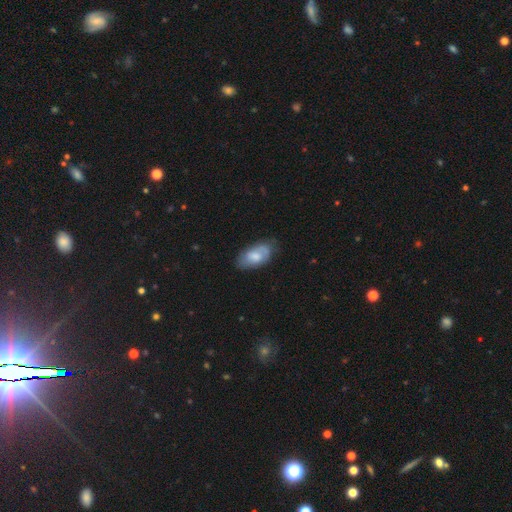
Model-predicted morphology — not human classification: The model was most divided on "smooth or featured": smooth: 56%, featured or disk: 37%, star or artifact: 6%. More confident: how rounded — in between (93%); merging — none (63%).